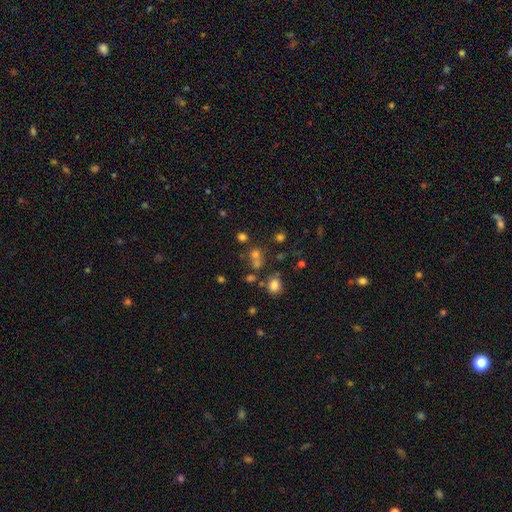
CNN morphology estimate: Smooth or featured? smooth (48%)
Merging? none (58%)